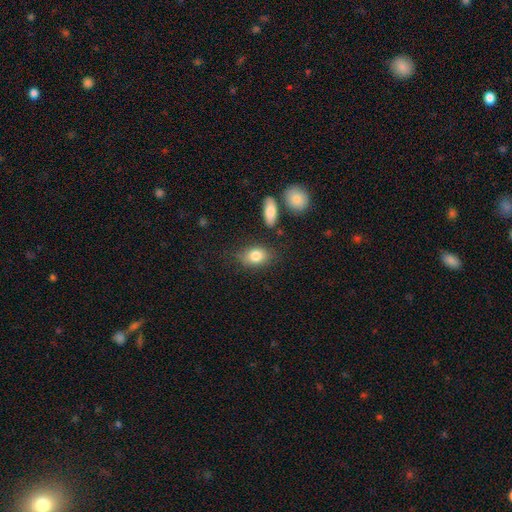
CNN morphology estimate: Smooth or featured?
  - smooth: 83% *
  - featured or disk: 10%
  - star or artifact: 7%
How rounded?
  - in between: 78% *
  - round: 20%
  - cigar-shaped: 2%
Merging?
  - none: 75% *
  - minor disturbance: 16%
  - merger: 5%
  - major disturbance: 5%